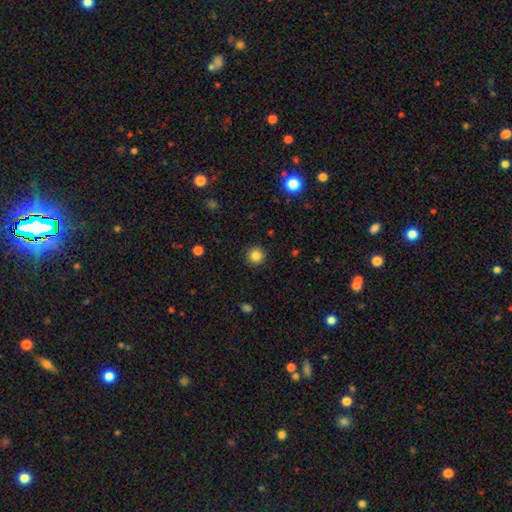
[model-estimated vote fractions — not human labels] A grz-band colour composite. It shows a smooth galaxy with no disk features (84%) that is round (95%). Merging: none (92%).